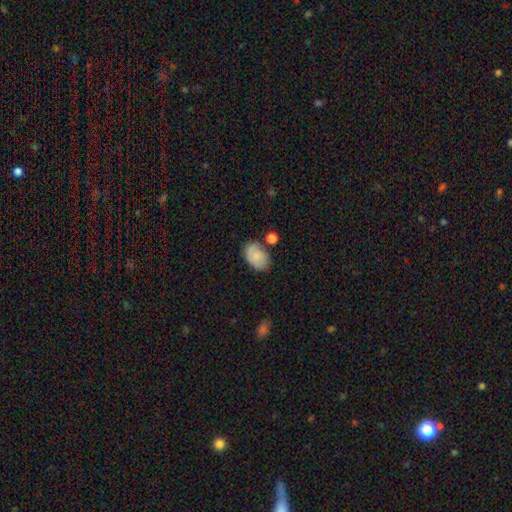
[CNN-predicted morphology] smooth 72%, featured or disk 20%, star or artifact 8%. Down the decision tree: how rounded — in between (82%); merging — none (63%).